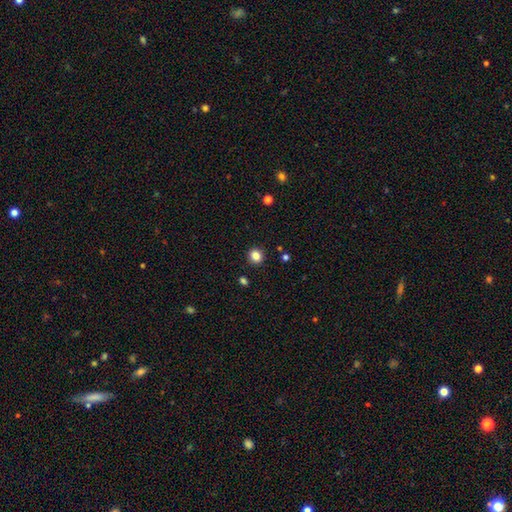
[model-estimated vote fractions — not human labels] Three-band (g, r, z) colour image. It shows a smooth galaxy with no disk features (84%) that is round (87%). Merging: none (92%).